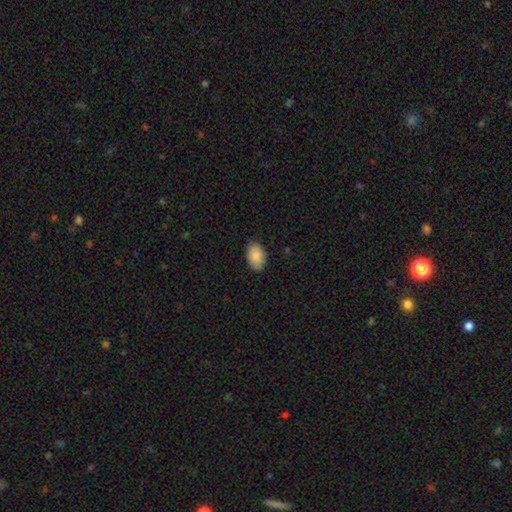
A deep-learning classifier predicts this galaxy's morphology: type=smooth (89%); roundness=in between (90%); merging=none (85%).